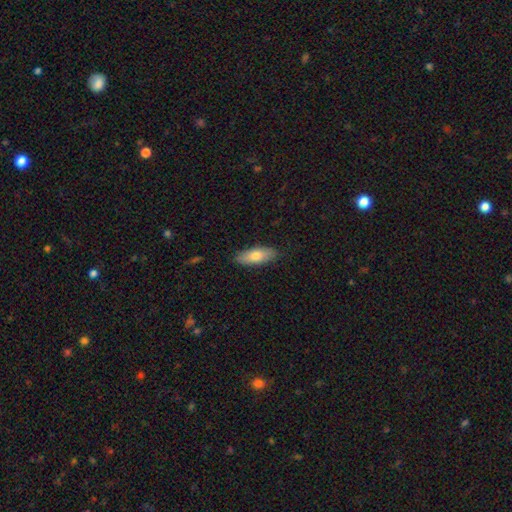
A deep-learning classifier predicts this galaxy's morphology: This is likely a smooth galaxy (75%). How rounded: likely in between (72%). Merging: clearly none (86%).